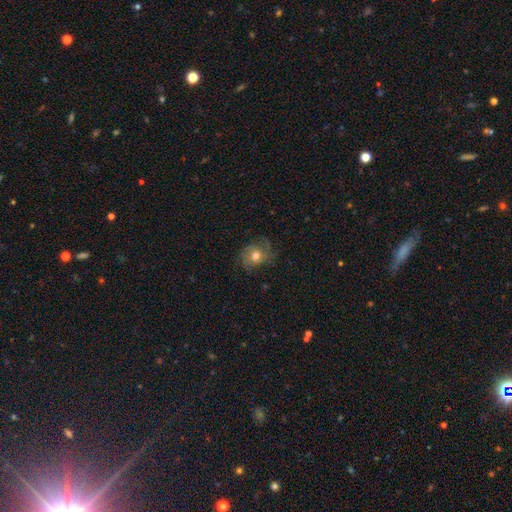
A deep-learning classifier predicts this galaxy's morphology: Smooth or featured? smooth (50%)
How rounded? round (57%)
Merging? none (65%)